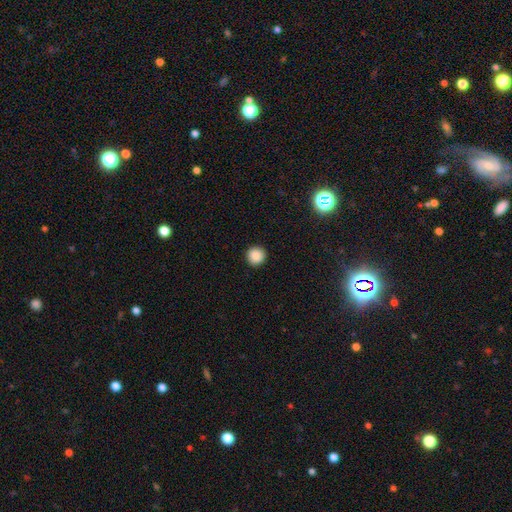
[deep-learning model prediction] smooth-or-featured: smooth: 87% | star or artifact: 10% | featured or disk: 3%
  how-rounded: round: 96% | in between: 3% | cigar-shaped: 1%
  merging: none: 93% | minor disturbance: 5% | major disturbance: 2% | merger: 1%